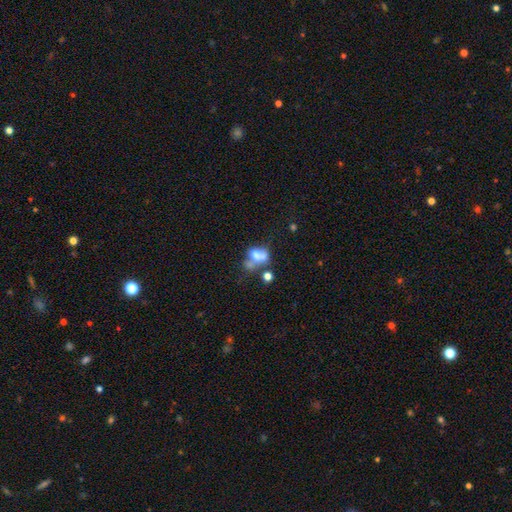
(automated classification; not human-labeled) Smooth or featured?
  - smooth: 55% *
  - featured or disk: 31%
  - star or artifact: 14%
How rounded?
  - in between: 71% *
  - round: 26%
  - cigar-shaped: 3%
Merging?
  - merger: 45% *
  - none: 21%
  - major disturbance: 20%
  - minor disturbance: 14%